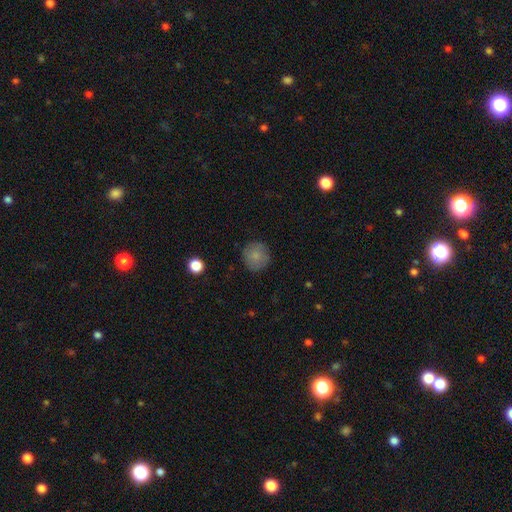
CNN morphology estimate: The model was most divided on "smooth or featured": smooth: 83%, featured or disk: 9%, star or artifact: 8%. More confident: how rounded — round (93%); merging — none (85%).